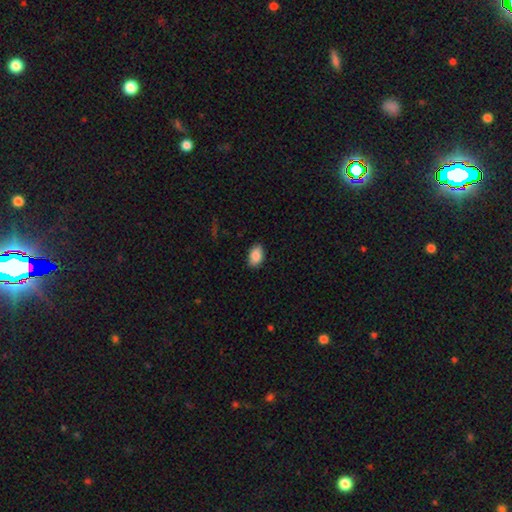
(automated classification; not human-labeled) smooth 86%, star or artifact 7%, featured or disk 7%. Down the decision tree: how rounded — in between (91%); merging — none (87%).